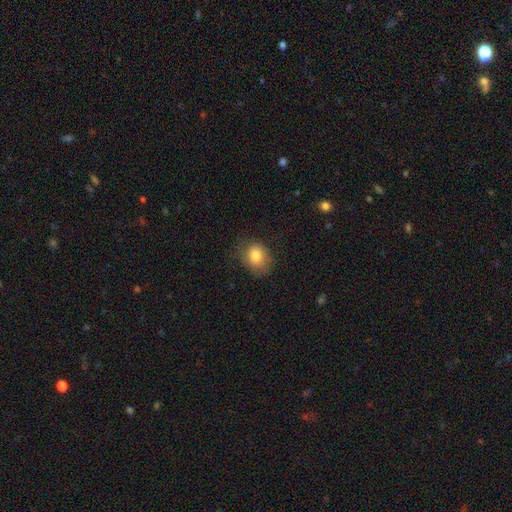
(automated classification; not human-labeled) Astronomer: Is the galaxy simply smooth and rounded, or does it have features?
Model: smooth — 81%.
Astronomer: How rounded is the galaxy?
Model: round — 54% (runner-up: in between, 46%).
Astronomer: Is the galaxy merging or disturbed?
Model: none — 67%.